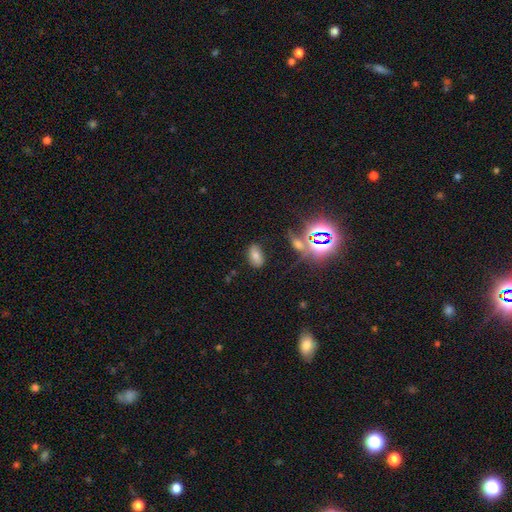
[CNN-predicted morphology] type=smooth (65%); roundness=in between (91%); merging=none (82%).